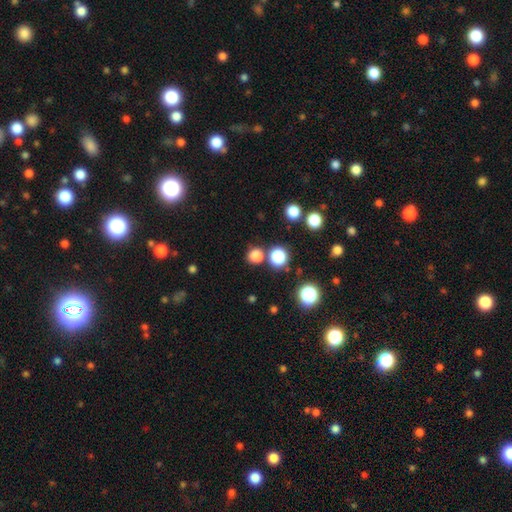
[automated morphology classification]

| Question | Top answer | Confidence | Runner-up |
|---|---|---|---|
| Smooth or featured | smooth | 78% | star or artifact (18%) |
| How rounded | round | 90% | in between (9%) |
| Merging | none | 80% | merger (10%) |